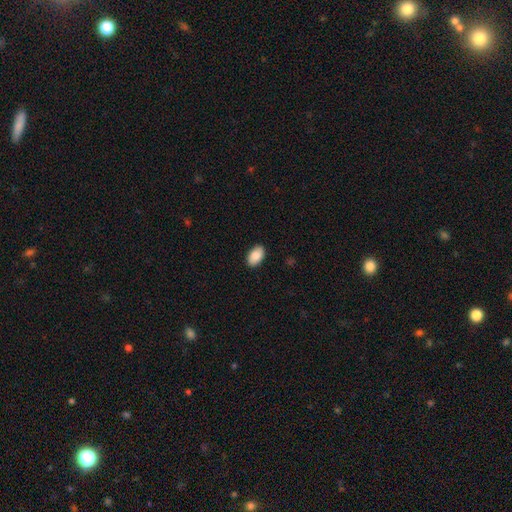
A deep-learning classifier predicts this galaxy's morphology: The model was most divided on "merging": none: 89%, minor disturbance: 8%, major disturbance: 2%, merger: 1%. More confident: how rounded — in between (93%); smooth or featured — smooth (89%).